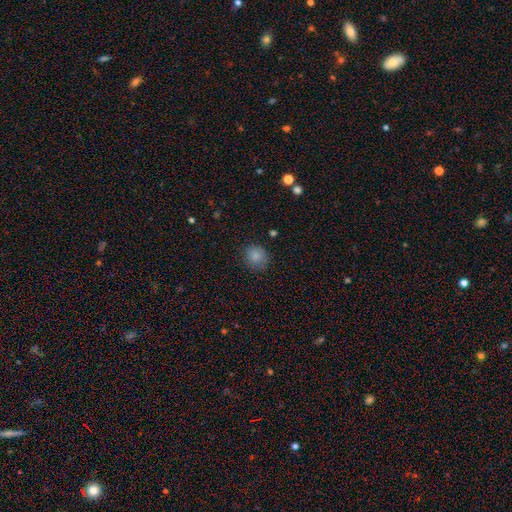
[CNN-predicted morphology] The model was most divided on "how rounded": round: 81%, in between: 18%, cigar-shaped: 1%. More confident: smooth or featured — smooth (84%); merging — none (83%).